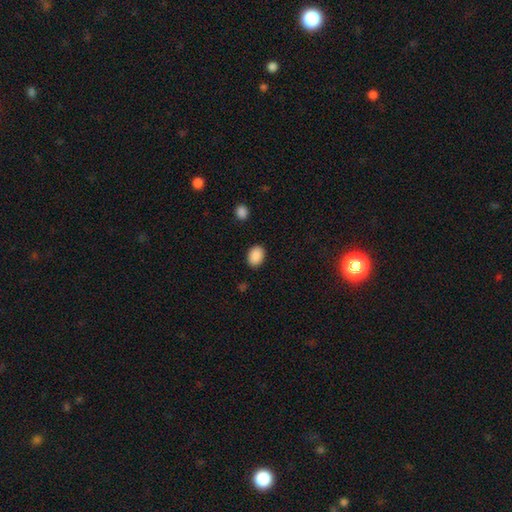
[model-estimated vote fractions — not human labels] Overall: smooth (90%). How rounded: in between (75%). Merging: none (88%).